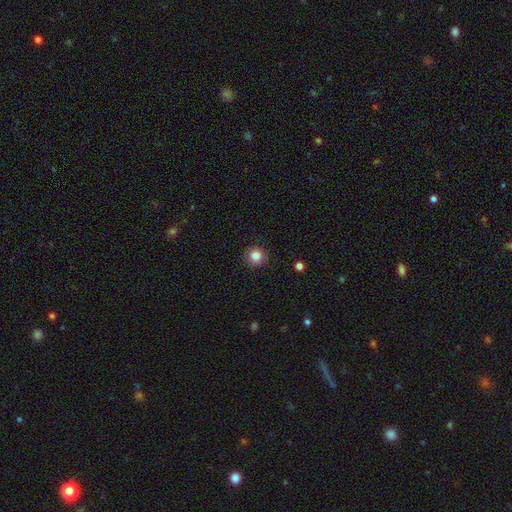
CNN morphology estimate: smooth_or_featured: smooth (p=0.85) [alt: star or artifact p=0.10]
how_rounded: round (p=0.93) [alt: in between p=0.06]
merging: none (p=0.90) [alt: minor disturbance p=0.07]